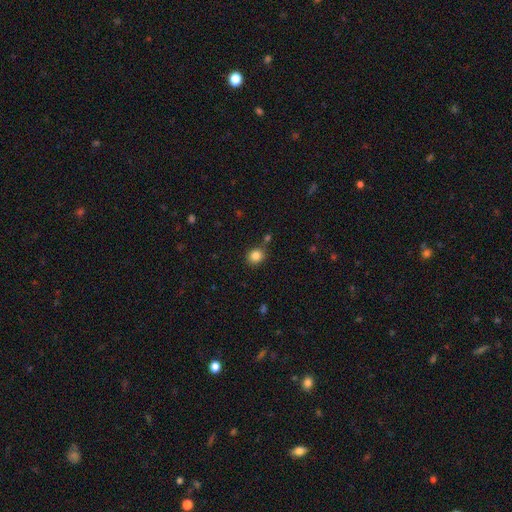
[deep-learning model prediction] Smooth or featured?
  - smooth: 84% *
  - star or artifact: 11%
  - featured or disk: 5%
How rounded?
  - round: 77% *
  - in between: 22%
  - cigar-shaped: 1%
Merging?
  - none: 79% *
  - minor disturbance: 11%
  - merger: 7%
  - major disturbance: 3%